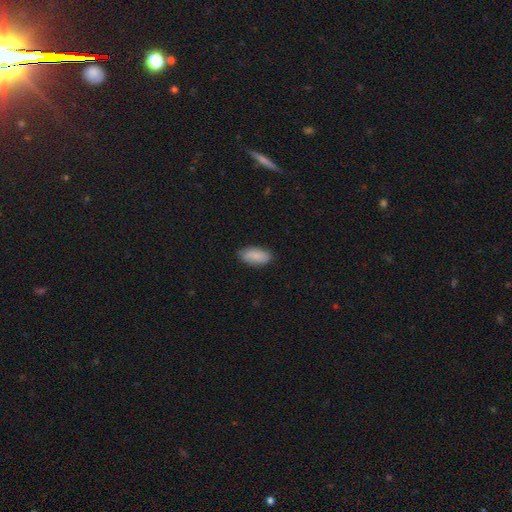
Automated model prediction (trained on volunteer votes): smooth-or-featured: smooth: 88% | star or artifact: 6% | featured or disk: 6%
  how-rounded: in between: 91% | cigar-shaped: 7% | round: 2%
  merging: none: 85% | minor disturbance: 11% | major disturbance: 2% | merger: 1%